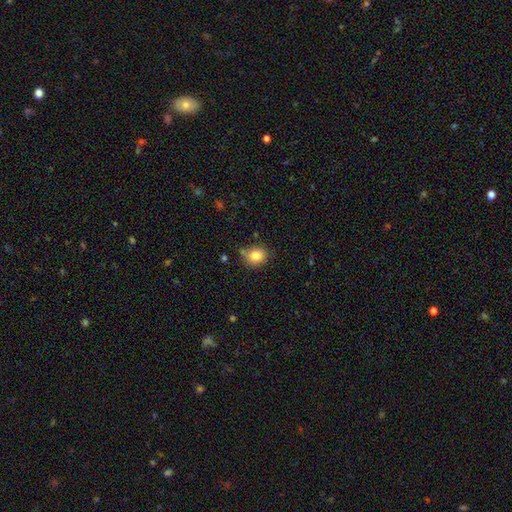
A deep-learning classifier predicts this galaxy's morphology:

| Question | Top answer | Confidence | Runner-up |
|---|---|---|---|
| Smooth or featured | smooth | 83% | star or artifact (10%) |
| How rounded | round | 72% | in between (27%) |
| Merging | none | 75% | minor disturbance (15%) |